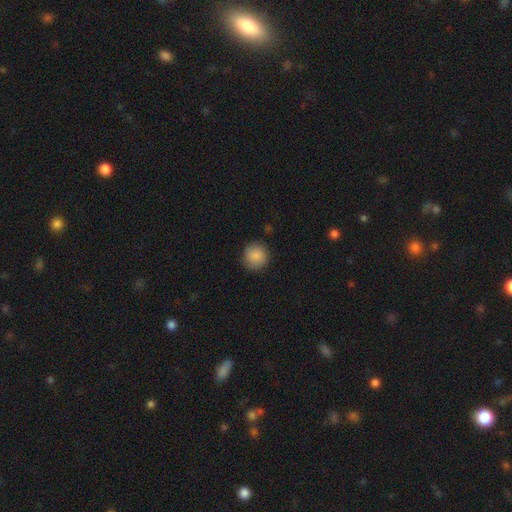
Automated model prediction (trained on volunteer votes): This appears to be a smooth galaxy with no disk features (88%) that is round (93%). Merging: none (87%).